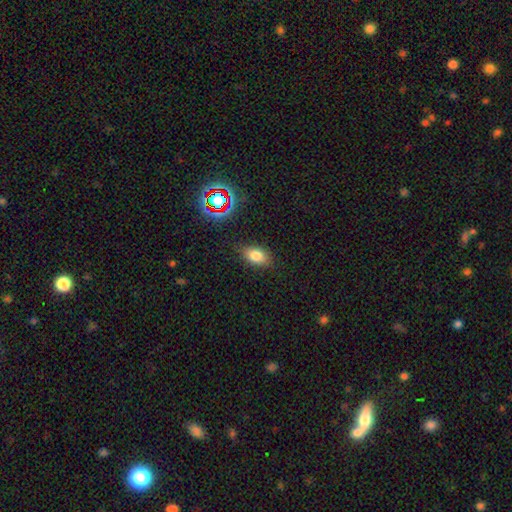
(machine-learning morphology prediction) smooth_or_featured: smooth (p=0.77) [alt: star or artifact p=0.13]
how_rounded: in between (p=0.85) [alt: round p=0.13]
merging: none (p=0.81) [alt: minor disturbance p=0.14]